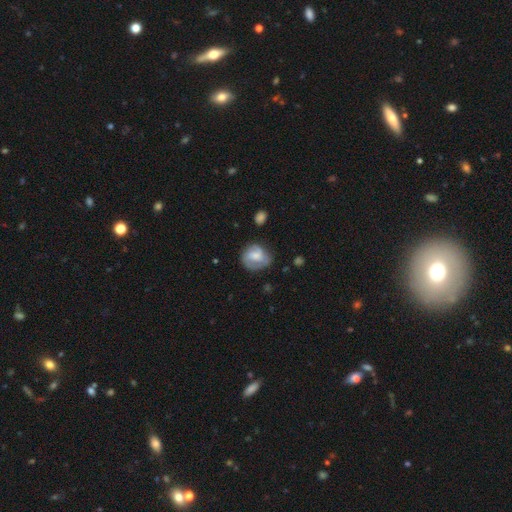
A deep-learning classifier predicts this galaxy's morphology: type=featured or disk (55%); edge-on=no (97%); bar=no (47%); spiral arms=yes (82%); bulge=moderate (40%); merging=none (58%).